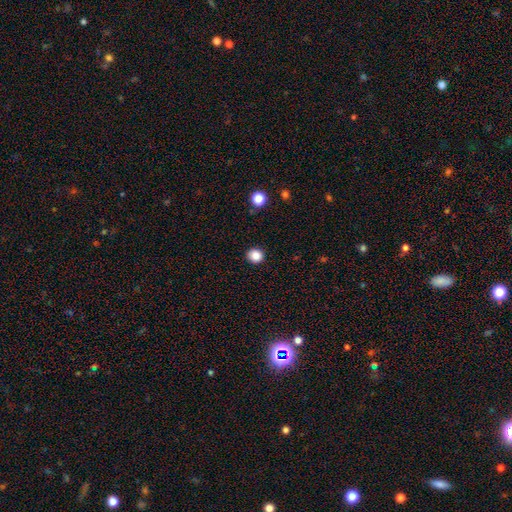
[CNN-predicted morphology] Smooth or featured? smooth (86%)
How rounded? round (84%)
Merging? none (91%)